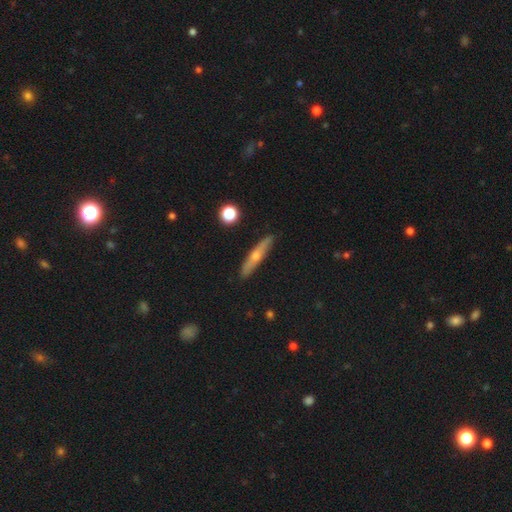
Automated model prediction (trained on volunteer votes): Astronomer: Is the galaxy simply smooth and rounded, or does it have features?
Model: featured or disk — 51% (runner-up: smooth, 41%).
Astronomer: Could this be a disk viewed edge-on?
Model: yes — 90%.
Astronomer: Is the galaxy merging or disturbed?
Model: none — 89%.